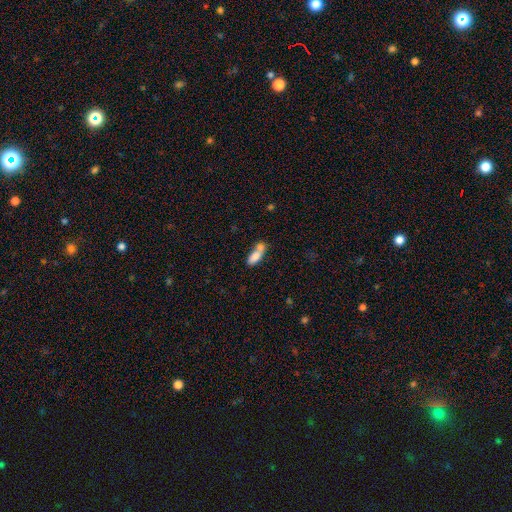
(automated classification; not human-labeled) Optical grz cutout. It shows a smooth galaxy with no disk features (77%) that is in between round and cigar-shaped (71%). Merging: merger (54%).